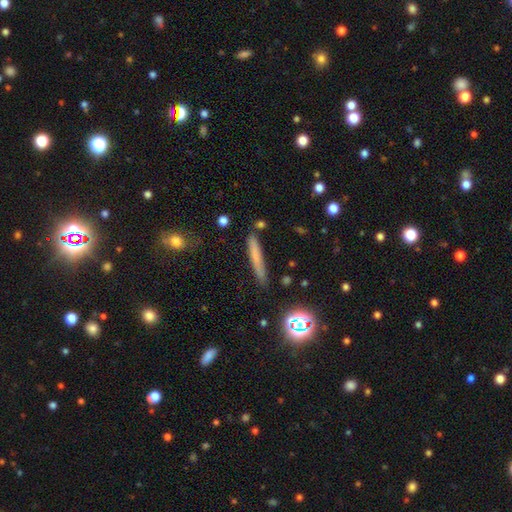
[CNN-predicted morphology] This is likely a smooth galaxy (65%). How rounded: clearly cigar-shaped (93%). Merging: clearly none (81%).